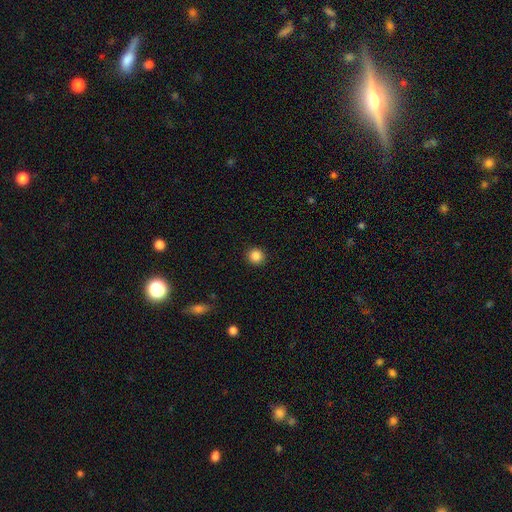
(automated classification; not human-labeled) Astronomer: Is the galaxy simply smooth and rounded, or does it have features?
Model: smooth — 86%.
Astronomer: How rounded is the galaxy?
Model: round — 93%.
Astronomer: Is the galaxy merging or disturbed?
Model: none — 92%.